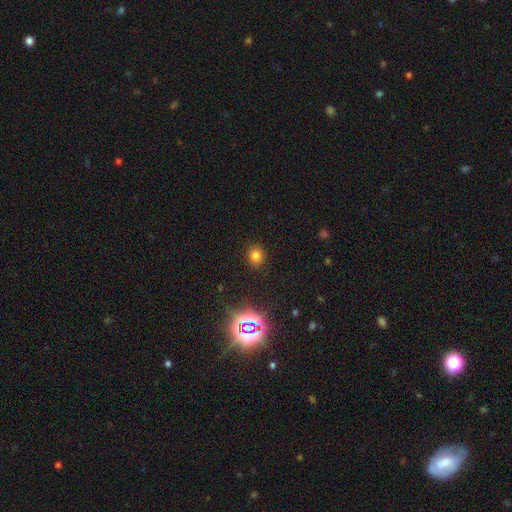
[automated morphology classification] smooth_or_featured: smooth (p=0.75) [alt: star or artifact p=0.19]
how_rounded: round (p=0.77) [alt: in between p=0.22]
merging: none (p=0.89) [alt: minor disturbance p=0.07]